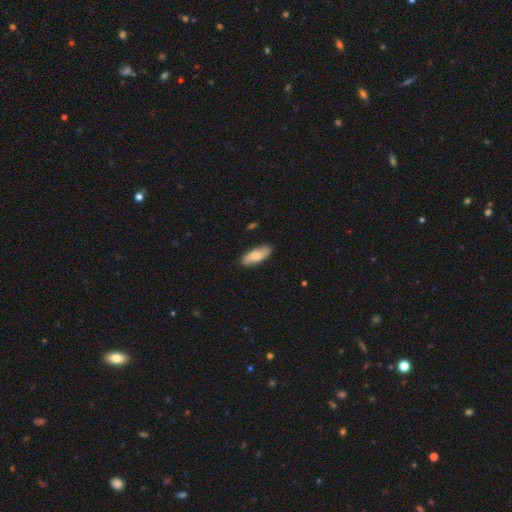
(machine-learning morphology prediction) Overall: smooth (71%). How rounded: in between (78%). Merging: none (87%).